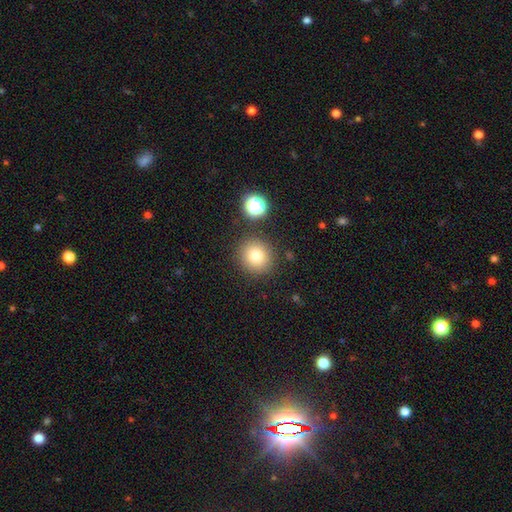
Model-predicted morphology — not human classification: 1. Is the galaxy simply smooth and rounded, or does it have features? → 80% smooth, 13% star or artifact, 7% featured or disk.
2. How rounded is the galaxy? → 91% round, 8% in between, 1% cigar-shaped.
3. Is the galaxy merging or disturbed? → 86% none, 8% minor disturbance, 4% merger, 3% major disturbance.